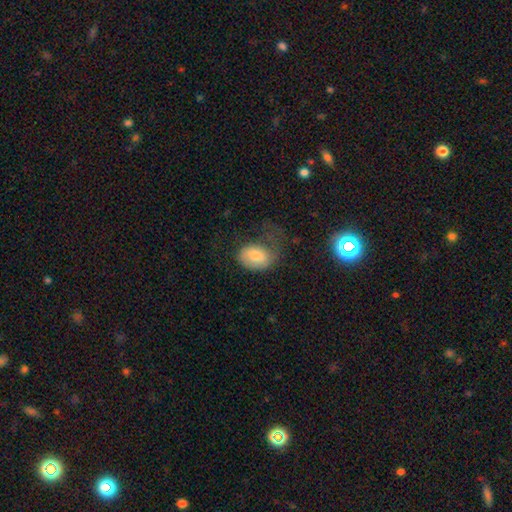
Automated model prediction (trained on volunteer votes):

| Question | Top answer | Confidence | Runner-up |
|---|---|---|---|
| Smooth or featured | smooth | 74% | featured or disk (20%) |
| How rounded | in between | 82% | round (17%) |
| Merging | major disturbance | 44% | minor disturbance (28%) |